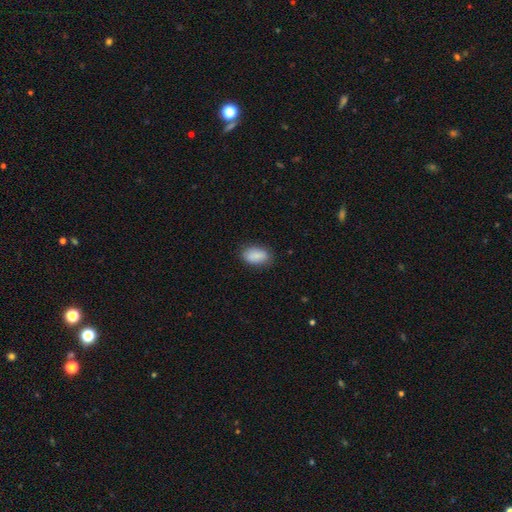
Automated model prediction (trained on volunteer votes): A smooth galaxy with no disk features (86%) that is in between round and cigar-shaped (91%).

Vote fractions:
- Smooth or featured? smooth: 86% / featured or disk: 7% / star or artifact: 7%
- How rounded? in between: 91% / round: 7% / cigar-shaped: 3%
- Merging? none: 82% / minor disturbance: 14% / major disturbance: 3% / merger: 1%